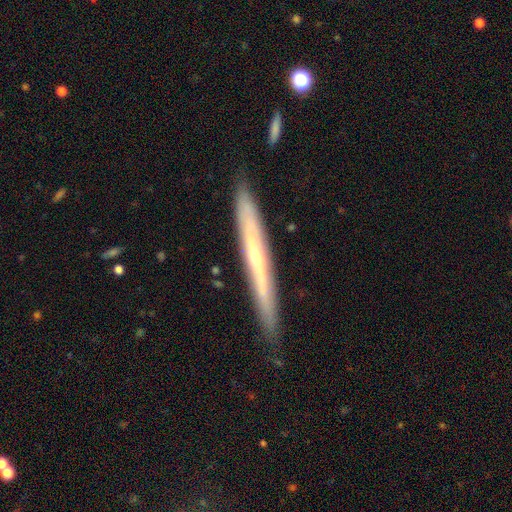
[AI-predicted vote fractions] Overall: featured or disk (67%). Edge-on disk: yes (93%). Edge-on bulge: rounded (58%; none 40%). Merging: none (87%).